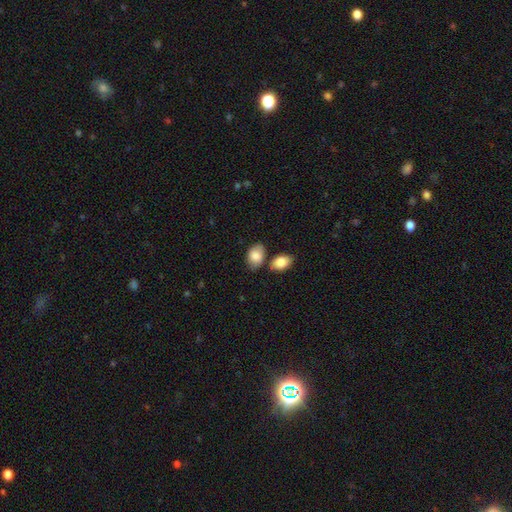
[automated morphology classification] Overall: smooth (84%). How rounded: in between (84%). Merging: none (60%; minor disturbance 20%).